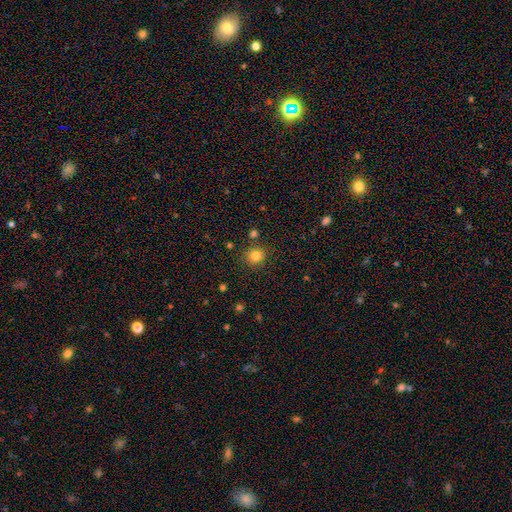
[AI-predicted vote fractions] This is clearly a smooth galaxy (82%). How rounded: clearly round (87%). Merging: clearly none (84%).